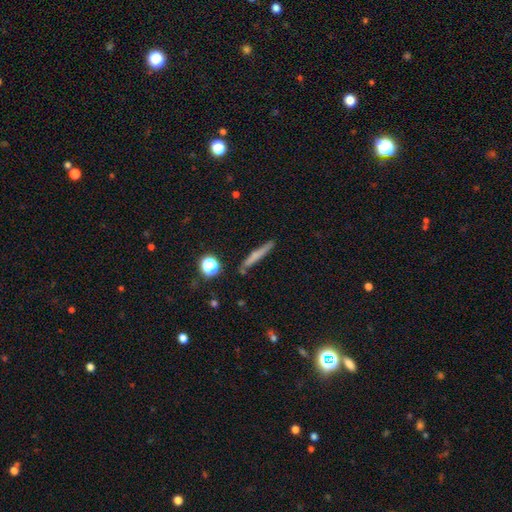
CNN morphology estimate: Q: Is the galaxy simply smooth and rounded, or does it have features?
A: smooth — 60%.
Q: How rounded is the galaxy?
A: cigar-shaped — 92%.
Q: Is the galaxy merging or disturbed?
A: none — 85%.